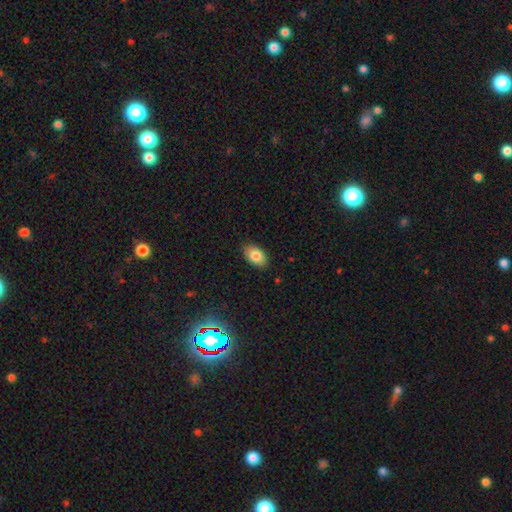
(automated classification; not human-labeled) smooth_or_featured: smooth (p=0.82) [alt: featured or disk p=0.10]
how_rounded: in between (p=0.92) [alt: round p=0.07]
merging: none (p=0.87) [alt: minor disturbance p=0.10]